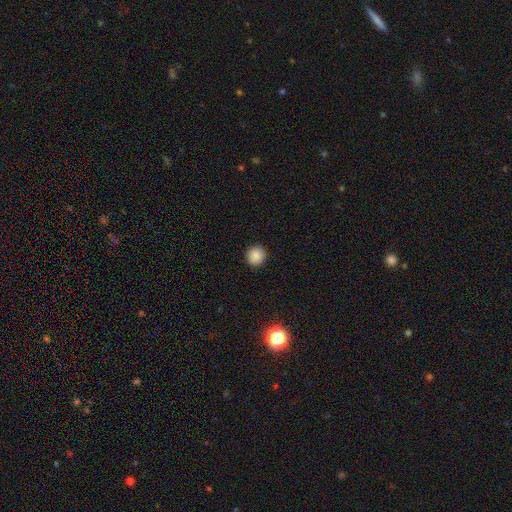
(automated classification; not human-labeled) Smooth or featured? smooth (86%)
How rounded? round (93%)
Merging? none (92%)